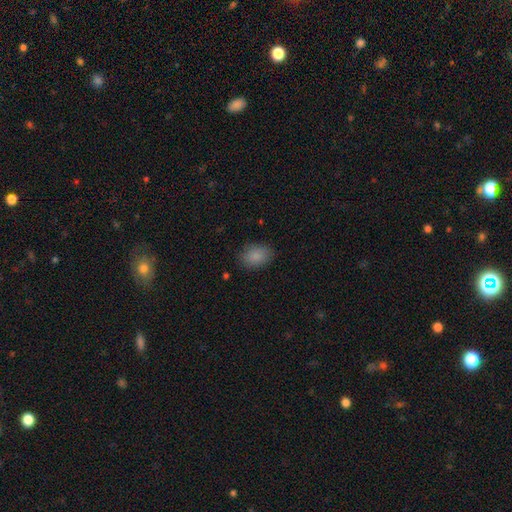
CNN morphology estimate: Overall: smooth (87%). How rounded: in between (76%). Merging: none (84%).